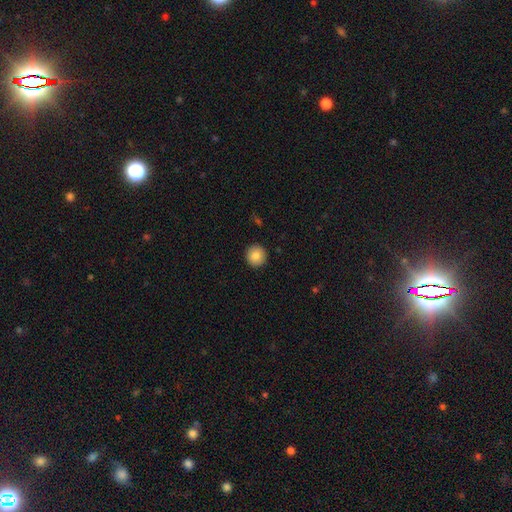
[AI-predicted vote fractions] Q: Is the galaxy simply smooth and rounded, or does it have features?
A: smooth — 84%.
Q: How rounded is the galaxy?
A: round — 94%.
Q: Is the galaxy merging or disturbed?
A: none — 92%.